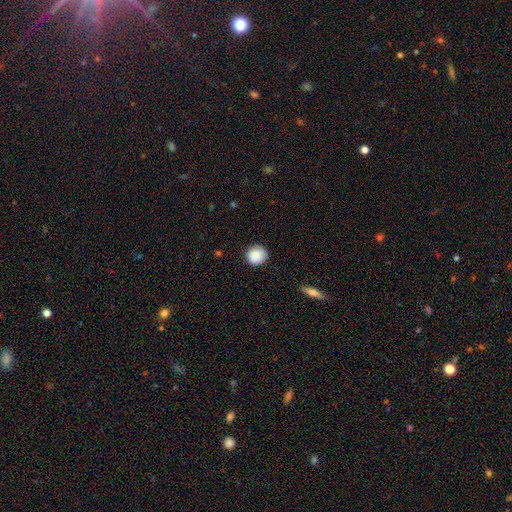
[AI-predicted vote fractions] smooth_or_featured: smooth (p=0.88) [alt: star or artifact p=0.08]
how_rounded: round (p=0.93) [alt: in between p=0.06]
merging: none (p=0.88) [alt: minor disturbance p=0.09]